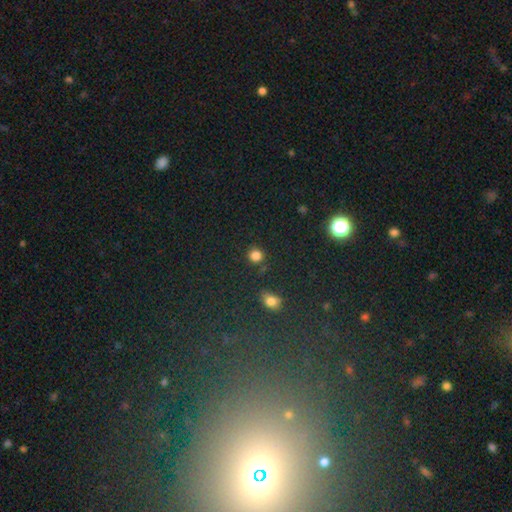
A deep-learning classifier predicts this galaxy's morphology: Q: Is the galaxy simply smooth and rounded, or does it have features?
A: smooth — 83%.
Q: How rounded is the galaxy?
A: round — 89%.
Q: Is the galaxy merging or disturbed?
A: none — 84%.